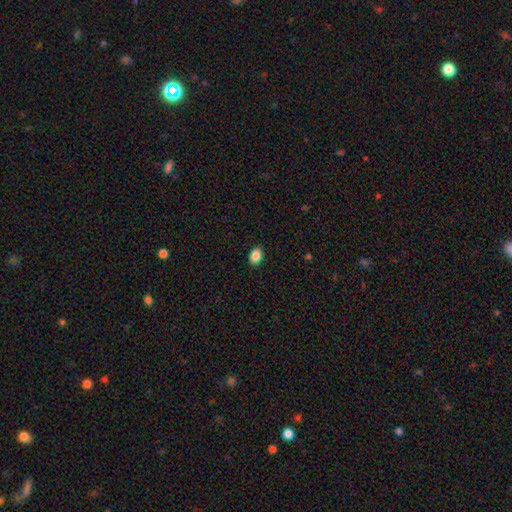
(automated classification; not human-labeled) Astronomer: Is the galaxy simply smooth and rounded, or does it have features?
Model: smooth — 87%.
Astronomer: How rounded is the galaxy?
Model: in between — 78%.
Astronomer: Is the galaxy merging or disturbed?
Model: none — 89%.